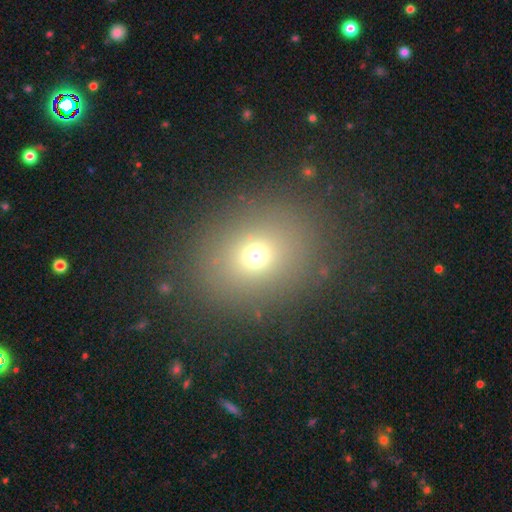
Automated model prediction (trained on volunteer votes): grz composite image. It shows a smooth galaxy with no disk features (68%) that is round (64%). Merging: none (86%).